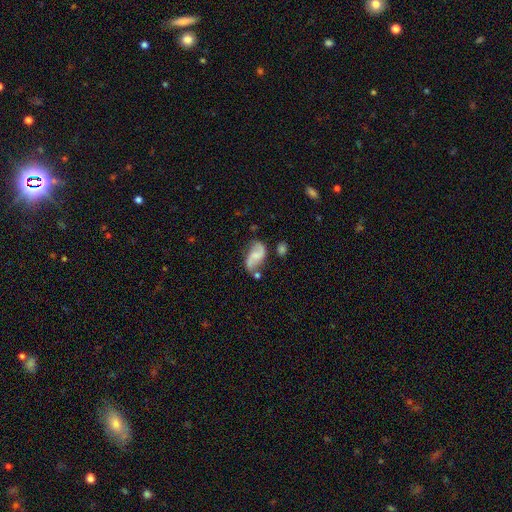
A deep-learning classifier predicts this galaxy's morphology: Smooth or featured? featured or disk (68%)
Edge-on disk? no (97%)
Bar? no (46%)
Spiral arms? yes (91%)
Spiral winding? loose (72%)
Spiral arm count? 2 (90%)
Bulge size? none (44%)
Merging? none (53%)